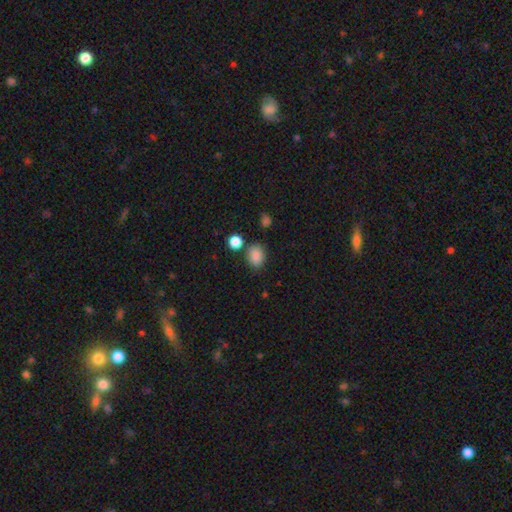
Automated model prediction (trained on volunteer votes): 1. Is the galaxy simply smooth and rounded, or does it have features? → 86% smooth, 10% star or artifact, 4% featured or disk.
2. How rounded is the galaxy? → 60% in between, 39% round, 1% cigar-shaped.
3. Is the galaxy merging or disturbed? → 73% none, 15% minor disturbance, 8% merger, 4% major disturbance.